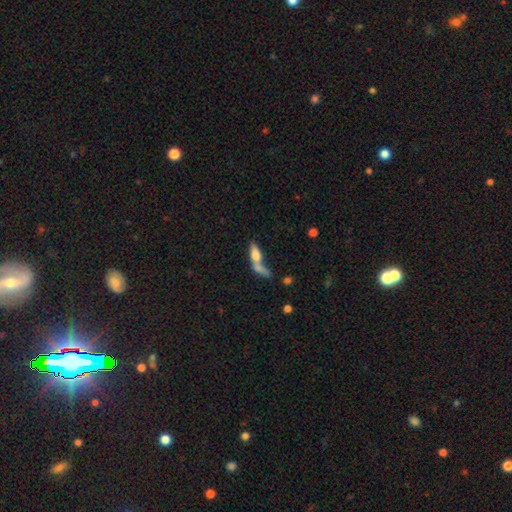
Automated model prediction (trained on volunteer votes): This appears to be a smooth galaxy with no disk features (64%) that is in between round and cigar-shaped (54%). Merging: merger (54%).